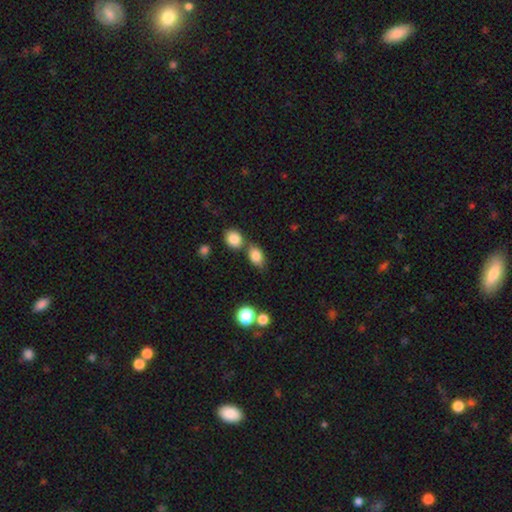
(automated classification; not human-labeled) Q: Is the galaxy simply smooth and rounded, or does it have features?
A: smooth — 83%.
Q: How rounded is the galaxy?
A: in between — 78%.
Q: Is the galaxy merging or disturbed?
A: none — 57%.